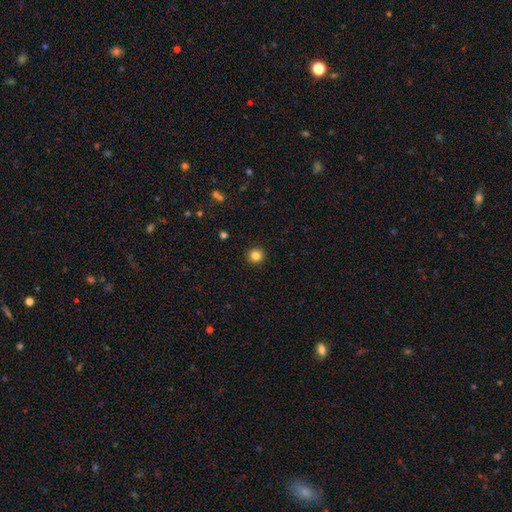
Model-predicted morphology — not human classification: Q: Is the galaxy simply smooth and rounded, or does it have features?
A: smooth — 84%.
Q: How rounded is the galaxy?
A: round — 94%.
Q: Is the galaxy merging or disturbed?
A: none — 93%.